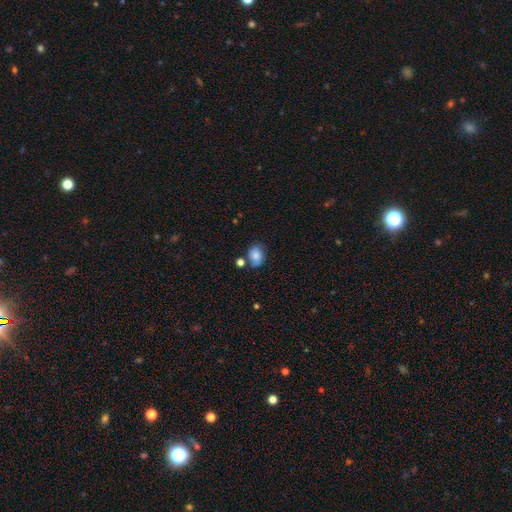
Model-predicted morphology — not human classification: type=smooth (70%); roundness=in between (61%); merging=none (61%).